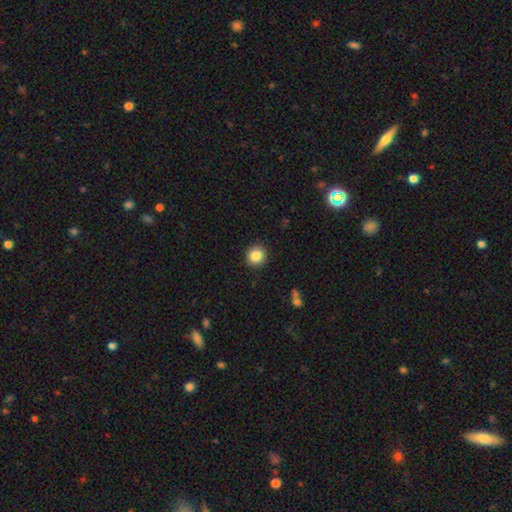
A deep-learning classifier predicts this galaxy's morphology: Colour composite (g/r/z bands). It shows a smooth galaxy with no disk features (86%) that is round (91%). Merging: none (91%).